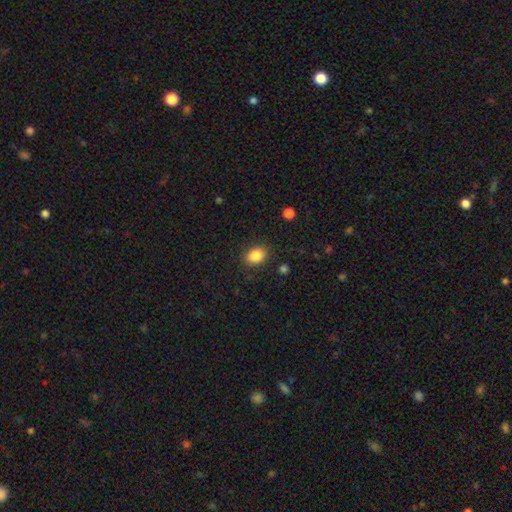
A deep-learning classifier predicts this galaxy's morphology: smooth-or-featured: smooth: 87% | star or artifact: 9% | featured or disk: 4%
  how-rounded: in between: 66% | round: 33% | cigar-shaped: 1%
  merging: none: 86% | minor disturbance: 9% | major disturbance: 3% | merger: 1%